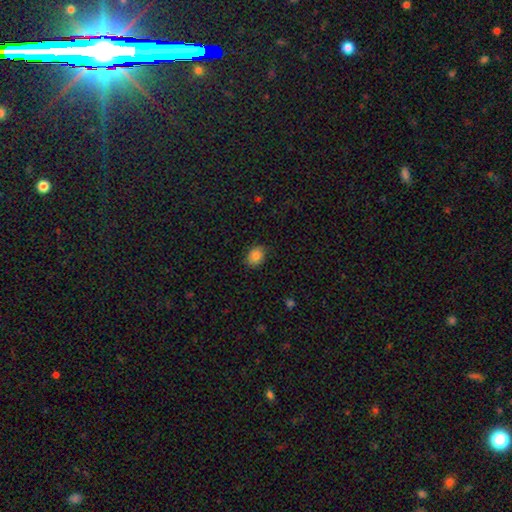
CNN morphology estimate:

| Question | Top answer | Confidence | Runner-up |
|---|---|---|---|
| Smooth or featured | smooth | 83% | star or artifact (9%) |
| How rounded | in between | 57% | round (42%) |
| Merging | none | 84% | minor disturbance (13%) |